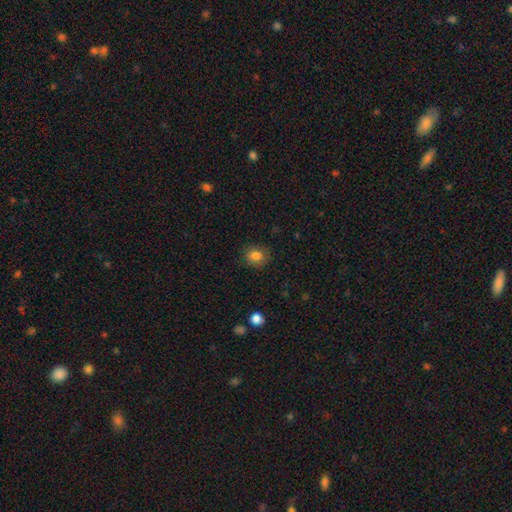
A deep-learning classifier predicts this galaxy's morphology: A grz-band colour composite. It shows a smooth galaxy with no disk features (83%) that is round (65%). Merging: none (83%).